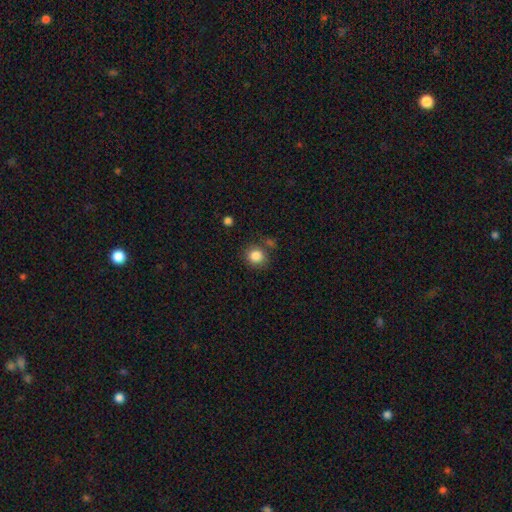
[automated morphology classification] A smooth galaxy with no disk features (85%) that is round (84%). Merging: none (76%).